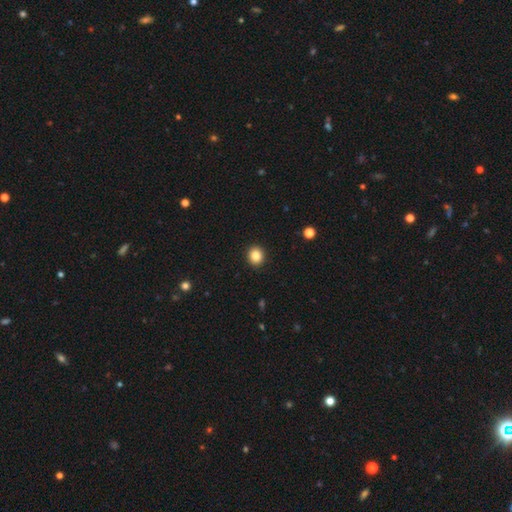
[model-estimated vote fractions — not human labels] smooth_or_featured: smooth (p=0.85) [alt: star or artifact p=0.10]
how_rounded: round (p=0.81) [alt: in between p=0.18]
merging: none (p=0.92) [alt: minor disturbance p=0.05]